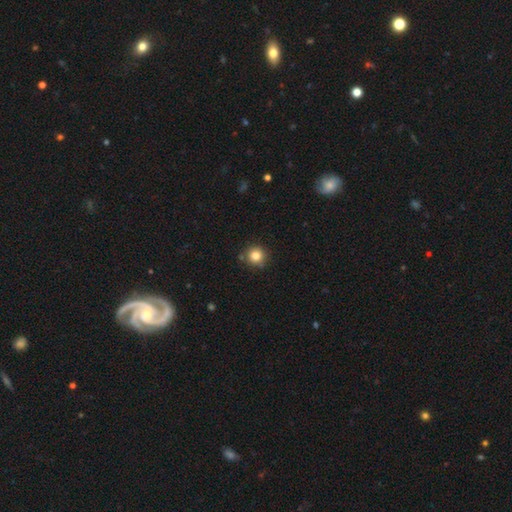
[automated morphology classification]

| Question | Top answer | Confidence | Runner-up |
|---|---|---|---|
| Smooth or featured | smooth | 82% | star or artifact (11%) |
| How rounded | round | 94% | in between (5%) |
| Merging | none | 85% | minor disturbance (9%) |